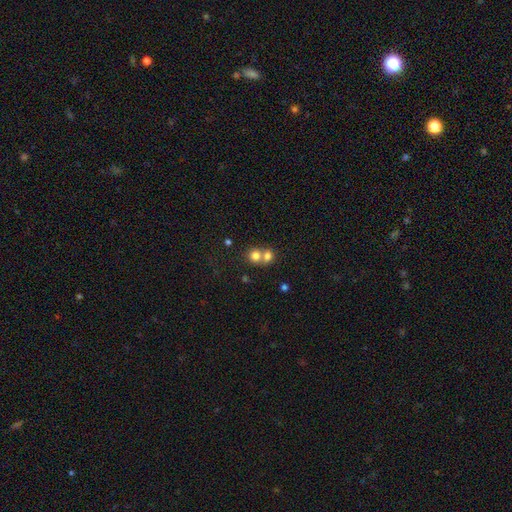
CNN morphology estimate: Smooth or featured? smooth (77%)
How rounded? round (79%)
Merging? merger (59%)